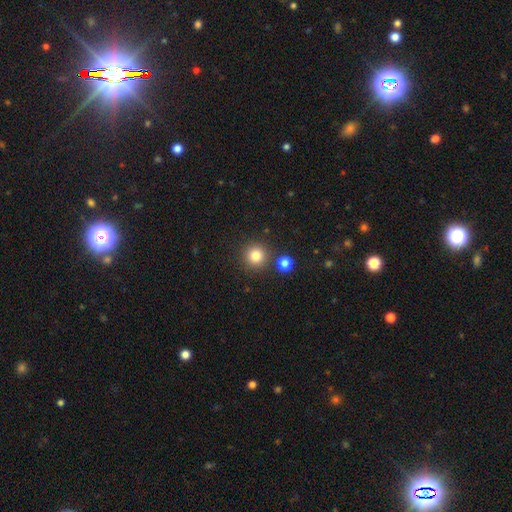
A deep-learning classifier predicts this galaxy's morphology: A smooth galaxy with no disk features (82%) that is round (94%). Merging: none (85%).